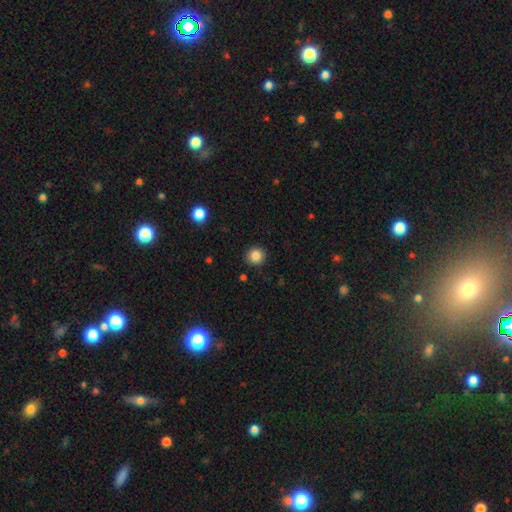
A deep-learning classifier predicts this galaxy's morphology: smooth-or-featured: smooth: 85% | star or artifact: 10% | featured or disk: 4%
  how-rounded: round: 92% | in between: 7% | cigar-shaped: 1%
  merging: none: 91% | minor disturbance: 6% | major disturbance: 2% | merger: 1%